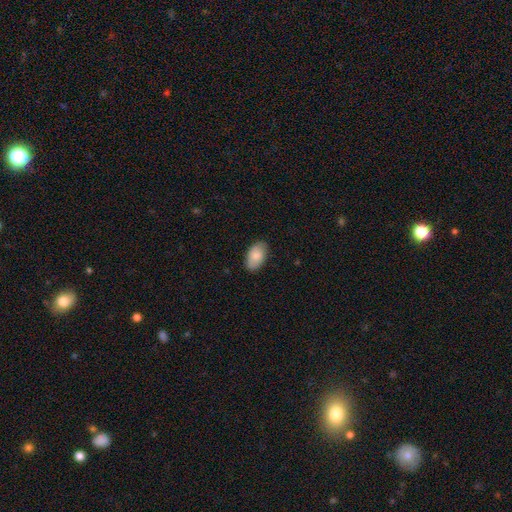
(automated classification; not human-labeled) A smooth galaxy with no disk features (84%) that is in between round and cigar-shaped (94%). Merging: none (84%).